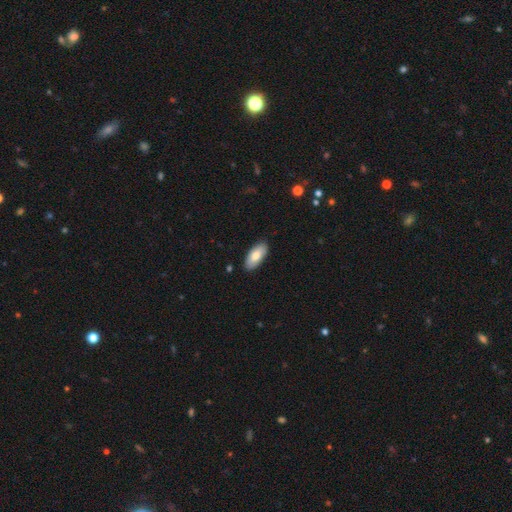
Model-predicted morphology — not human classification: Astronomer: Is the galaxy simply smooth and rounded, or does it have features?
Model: smooth — 76%.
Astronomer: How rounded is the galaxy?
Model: in between — 90%.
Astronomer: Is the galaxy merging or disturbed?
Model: none — 88%.